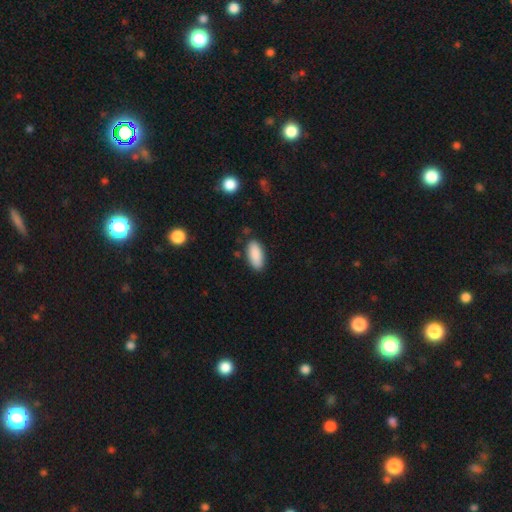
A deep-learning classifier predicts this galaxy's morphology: Smooth or featured?
  - smooth: 89% *
  - star or artifact: 6%
  - featured or disk: 5%
How rounded?
  - in between: 84% *
  - cigar-shaped: 14%
  - round: 2%
Merging?
  - none: 85% *
  - minor disturbance: 11%
  - major disturbance: 2%
  - merger: 2%